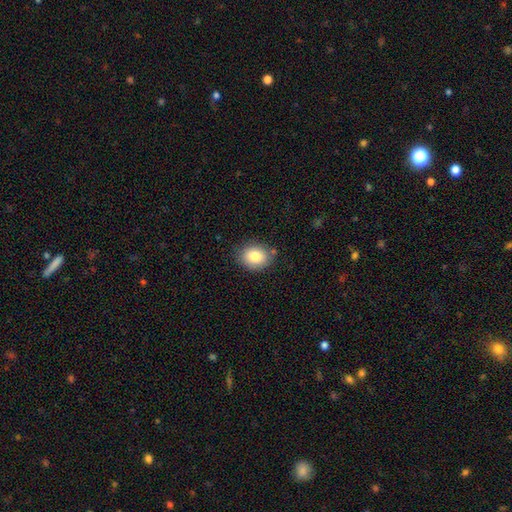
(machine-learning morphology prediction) Smooth or featured? Predicted: smooth (p=0.83). How rounded? Predicted: in between (p=0.54). Merging? Predicted: none (p=0.81).